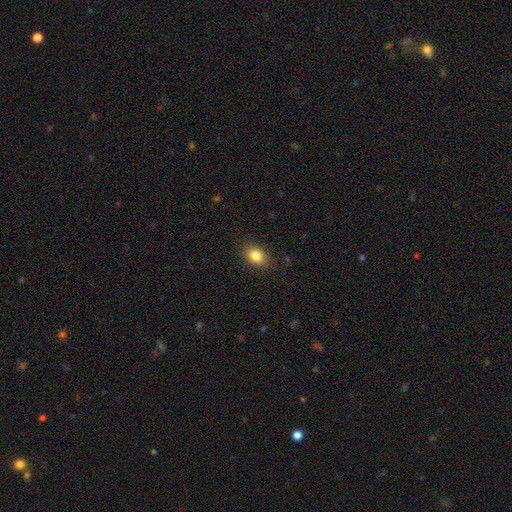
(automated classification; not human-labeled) This is clearly a smooth galaxy (84%). How rounded: likely in between (75%). Merging: clearly none (85%).